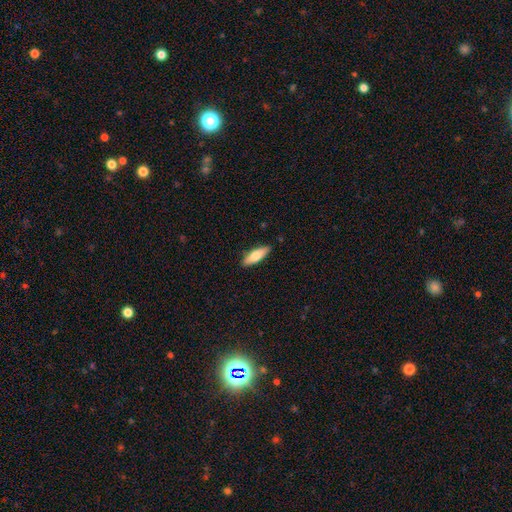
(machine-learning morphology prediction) This appears to be a smooth galaxy with no disk features (72%) that is in between round and cigar-shaped (50%). Merging: none (88%).